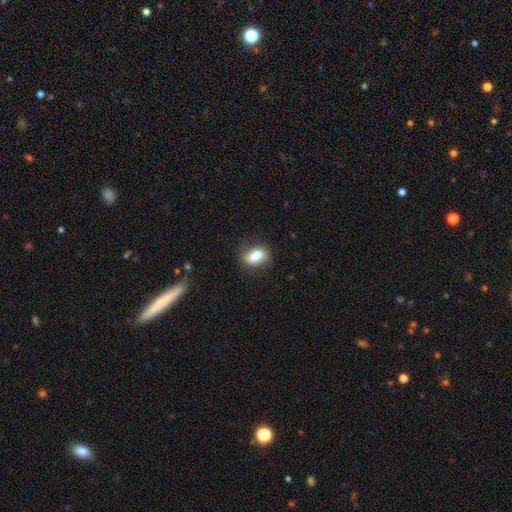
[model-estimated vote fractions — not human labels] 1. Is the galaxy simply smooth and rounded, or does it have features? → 78% smooth, 14% featured or disk, 8% star or artifact.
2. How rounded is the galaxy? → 80% in between, 15% round, 5% cigar-shaped.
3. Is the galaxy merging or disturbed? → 79% none, 16% minor disturbance, 5% major disturbance, 1% merger.